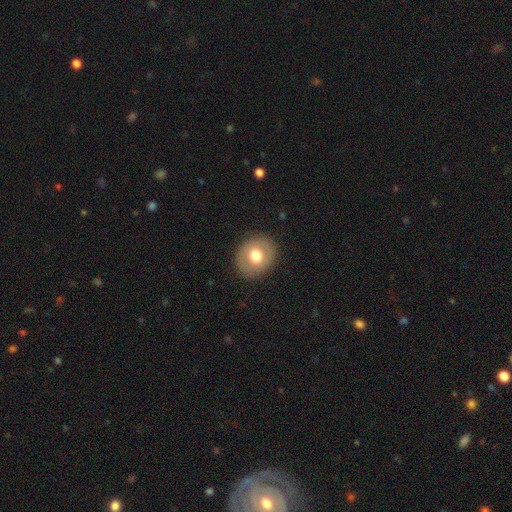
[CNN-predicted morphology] A smooth galaxy with no disk features (68%) that is round (71%).

Vote fractions:
- Smooth or featured? smooth: 68% / featured or disk: 24% / star or artifact: 8%
- How rounded? round: 71% / in between: 29% / cigar-shaped: 1%
- Merging? none: 89% / minor disturbance: 7% / major disturbance: 3% / merger: 1%